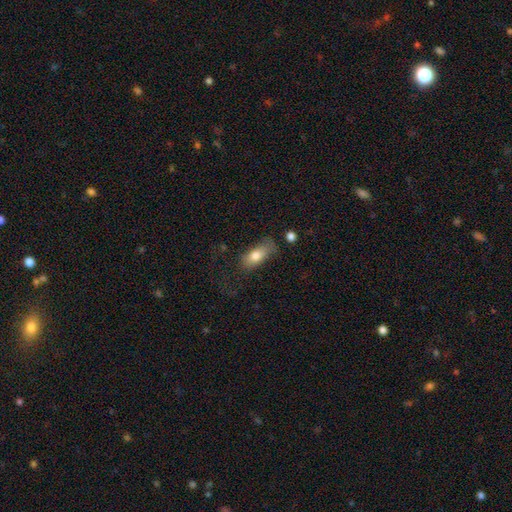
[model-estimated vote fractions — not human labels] The model was most divided on "merging": none: 52%, minor disturbance: 30%, major disturbance: 16%, merger: 3%. More confident: how rounded — in between (85%); smooth or featured — smooth (77%).